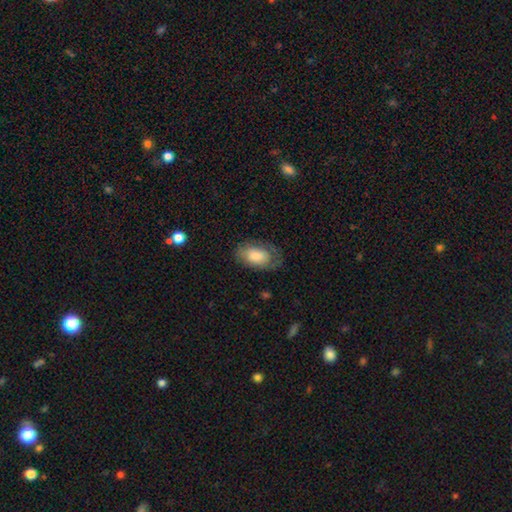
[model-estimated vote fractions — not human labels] This is likely a smooth galaxy (69%). How rounded: clearly in between (93%). Merging: likely none (63%).